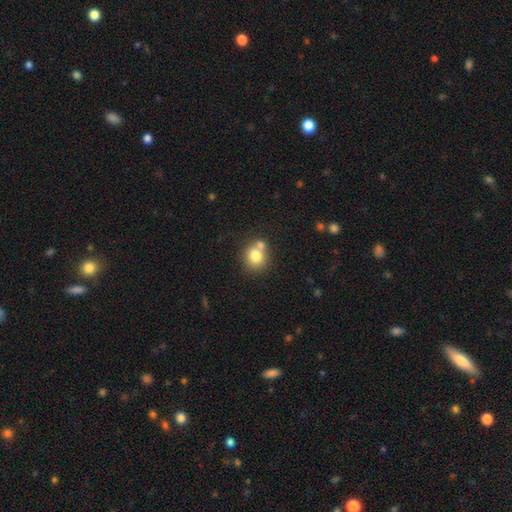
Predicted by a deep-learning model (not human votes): A smooth galaxy with no disk features (78%) that is round (74%). Merging: none (51%).